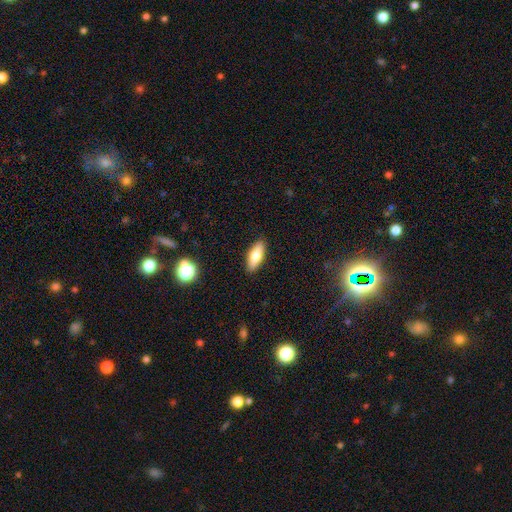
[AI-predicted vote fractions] Smooth or featured? smooth (71%)
How rounded? in between (69%)
Merging? none (89%)